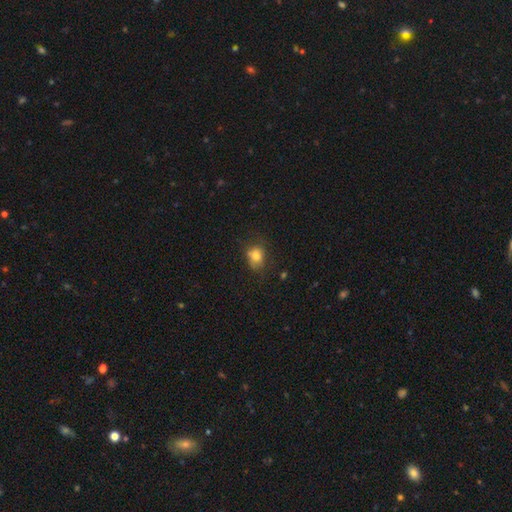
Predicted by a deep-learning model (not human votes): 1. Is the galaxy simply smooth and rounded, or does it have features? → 77% smooth, 12% star or artifact, 11% featured or disk.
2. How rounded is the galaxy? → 56% round, 43% in between, 1% cigar-shaped.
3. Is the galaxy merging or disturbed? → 60% none, 24% minor disturbance, 8% major disturbance, 8% merger.